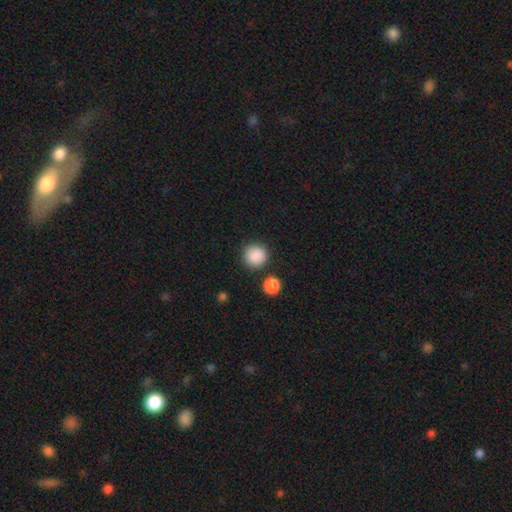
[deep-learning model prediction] Overall: smooth (87%). How rounded: round (93%). Merging: none (86%).